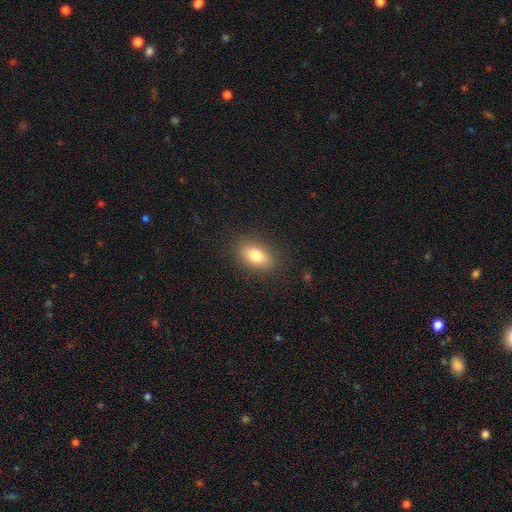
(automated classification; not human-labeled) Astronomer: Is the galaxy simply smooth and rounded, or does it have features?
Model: smooth — 80%.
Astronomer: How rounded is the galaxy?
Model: in between — 87%.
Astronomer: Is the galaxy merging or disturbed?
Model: none — 87%.